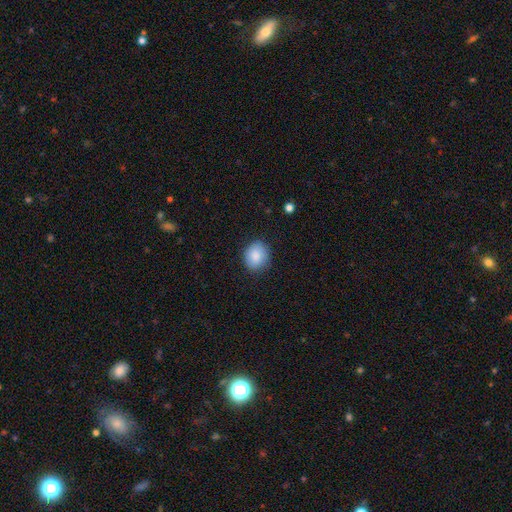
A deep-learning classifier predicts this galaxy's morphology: This appears to be a smooth galaxy with no disk features (86%) that is round (64%). Merging: none (85%).